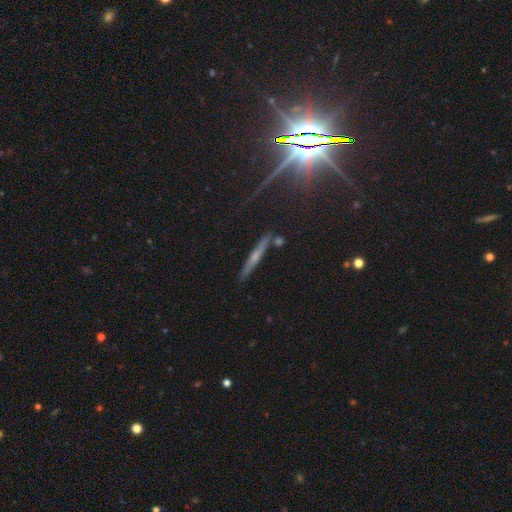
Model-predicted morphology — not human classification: Smooth or featured? featured or disk (58%)
Edge-on disk? yes (95%)
Edge-on bulge? rounded (67%)
Merging? none (85%)